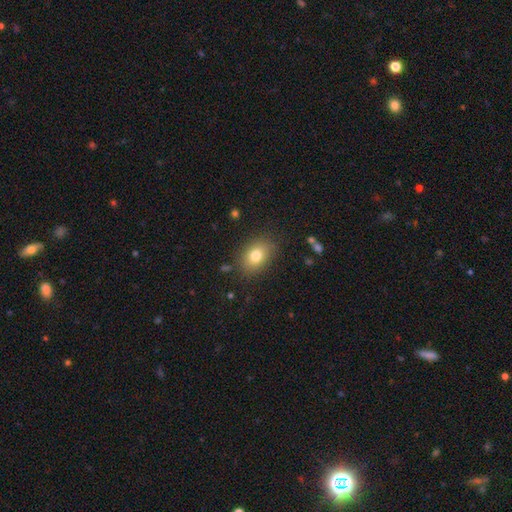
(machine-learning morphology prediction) This appears to be a smooth galaxy with no disk features (79%) that is in between round and cigar-shaped (72%). Merging: none (84%).